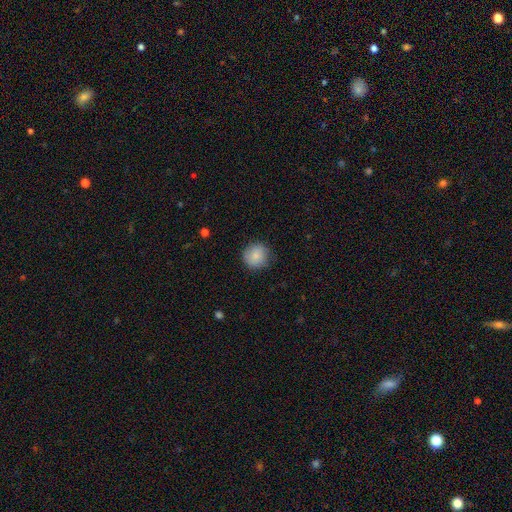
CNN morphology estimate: Overall: smooth (86%). How rounded: round (93%). Merging: none (84%).